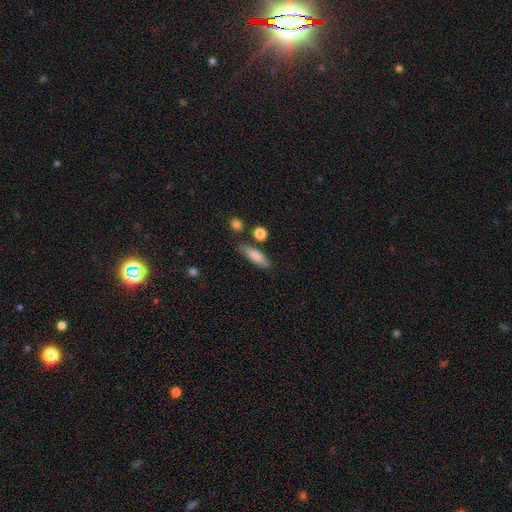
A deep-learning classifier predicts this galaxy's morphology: smooth-or-featured: smooth: 79% | featured or disk: 14% | star or artifact: 7%
  how-rounded: cigar-shaped: 59% | in between: 38% | round: 3%
  merging: none: 77% | minor disturbance: 13% | merger: 6% | major disturbance: 3%